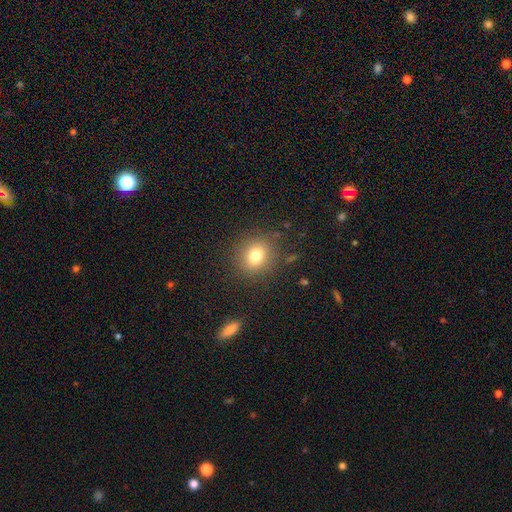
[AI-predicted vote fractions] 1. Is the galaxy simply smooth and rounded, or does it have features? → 77% smooth, 13% star or artifact, 10% featured or disk.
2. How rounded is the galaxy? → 73% round, 26% in between, 1% cigar-shaped.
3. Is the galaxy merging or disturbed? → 85% none, 10% minor disturbance, 4% major disturbance, 2% merger.